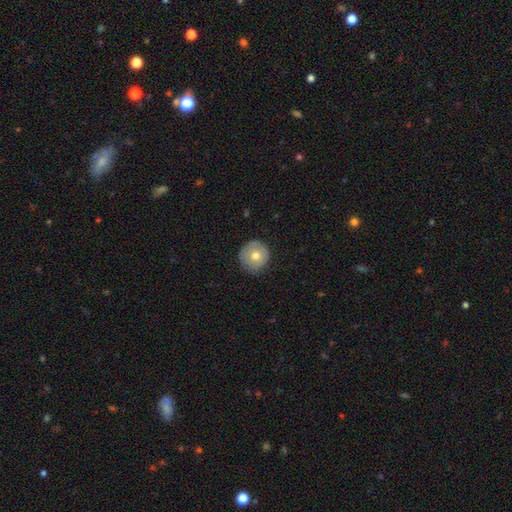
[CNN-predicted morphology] A smooth galaxy with no disk features (69%) that is round (94%).

Vote fractions:
- Smooth or featured? smooth: 69% / featured or disk: 24% / star or artifact: 8%
- How rounded? round: 94% / in between: 5% / cigar-shaped: 1%
- Merging? none: 85% / minor disturbance: 12% / major disturbance: 2% / merger: 1%